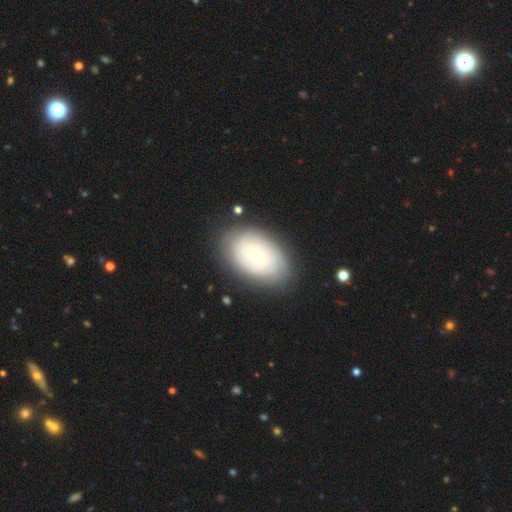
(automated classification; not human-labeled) featured or disk 65%, smooth 29%, star or artifact 6%. Down the decision tree: edge-on disk — no (96%); bar — no (80%); spiral arms — yes (82%); spiral arm count — can't tell (58%); spiral winding — tight (79%); bulge size — small (50%); merging — none (79%).